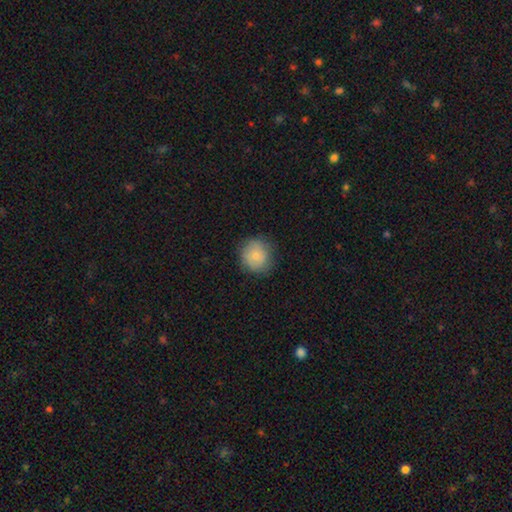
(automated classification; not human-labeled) Q: Smooth or featured?
A: smooth (77%); runner-up: featured or disk (15%)
Q: How rounded?
A: round (88%); runner-up: in between (11%)
Q: Merging?
A: none (79%); runner-up: minor disturbance (16%)